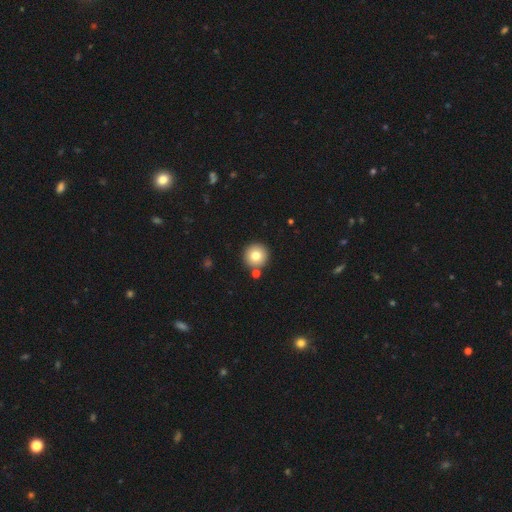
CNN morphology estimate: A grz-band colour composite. It shows a smooth galaxy with no disk features (78%) that is round (96%). Merging: none (84%).